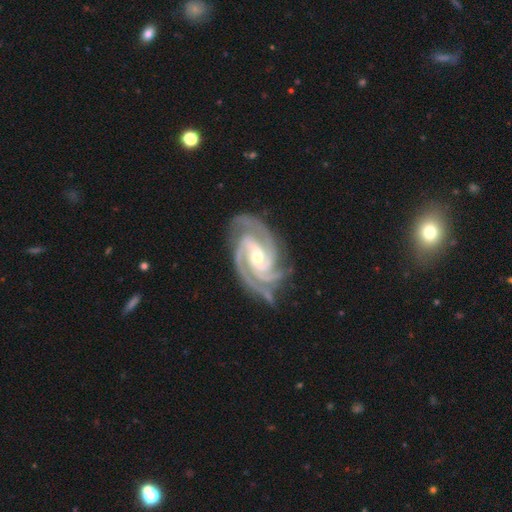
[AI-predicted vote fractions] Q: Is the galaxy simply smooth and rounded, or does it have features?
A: featured or disk — 94%.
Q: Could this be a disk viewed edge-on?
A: no — 98%.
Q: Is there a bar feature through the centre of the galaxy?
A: weak — 39%.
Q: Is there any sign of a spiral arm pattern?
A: yes — 99%.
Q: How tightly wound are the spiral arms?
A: tight — 68%.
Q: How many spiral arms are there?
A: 3 — 54%.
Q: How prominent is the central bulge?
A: moderate — 50%.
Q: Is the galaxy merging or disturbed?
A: none — 78%.